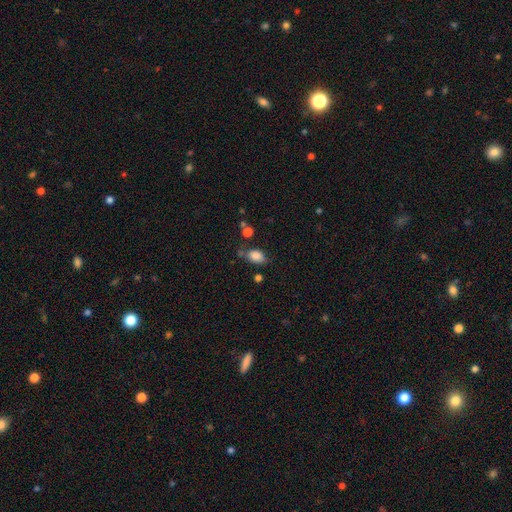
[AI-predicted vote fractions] Smooth or featured? Predicted: smooth (p=0.85). How rounded? Predicted: in between (p=0.82). Merging? Predicted: none (p=0.63).